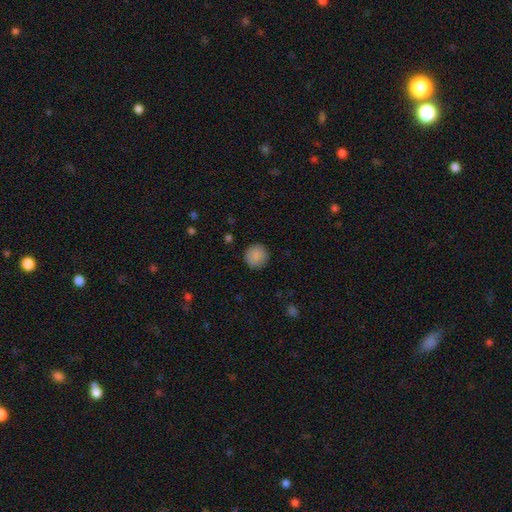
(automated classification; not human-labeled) Smooth or featured: smooth — 89% (star or artifact — 8%)
How rounded: round — 95% (in between — 4%)
Merging: none — 91% (minor disturbance — 6%)